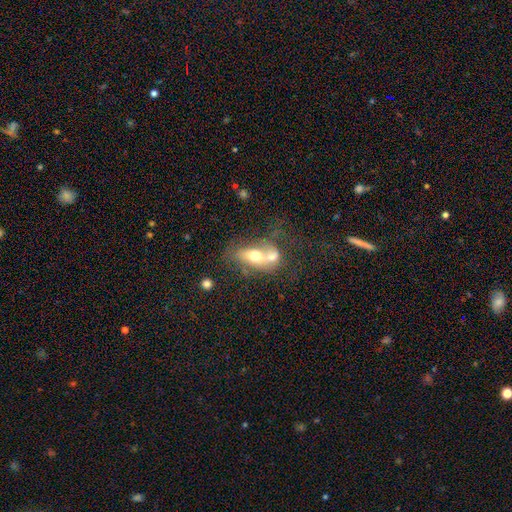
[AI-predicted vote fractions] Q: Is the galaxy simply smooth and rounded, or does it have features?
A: smooth — 56%.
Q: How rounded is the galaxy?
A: in between — 76%.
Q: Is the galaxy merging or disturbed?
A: merger — 66%.